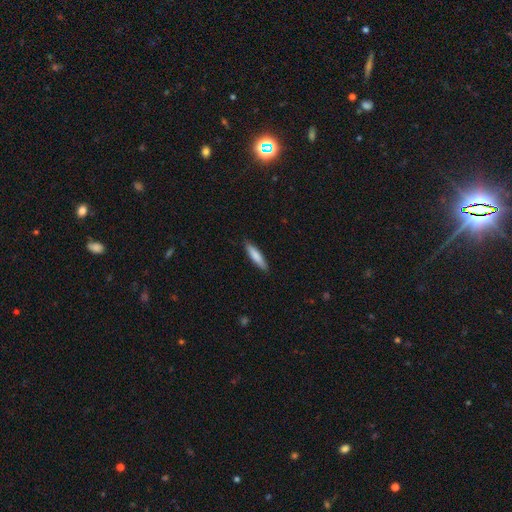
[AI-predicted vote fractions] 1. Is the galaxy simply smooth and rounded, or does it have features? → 80% smooth, 14% featured or disk, 5% star or artifact.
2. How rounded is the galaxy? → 82% cigar-shaped, 16% in between, 1% round.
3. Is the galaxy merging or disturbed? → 89% none, 9% minor disturbance, 2% major disturbance, 1% merger.